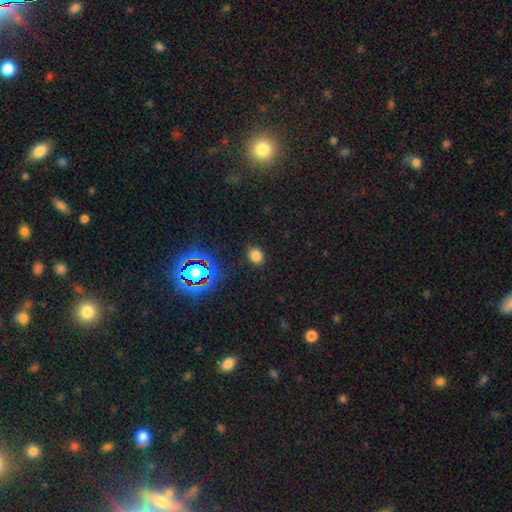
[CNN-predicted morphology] Smooth or featured? Predicted: smooth (p=0.74). How rounded? Predicted: in between (p=0.60). Merging? Predicted: none (p=0.85).